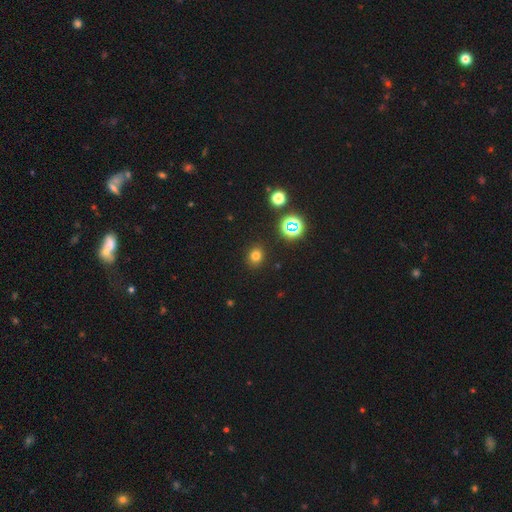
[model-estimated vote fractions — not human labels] A smooth galaxy with no disk features (74%) that is round (74%).

Vote fractions:
- Smooth or featured? smooth: 74% / star or artifact: 20% / featured or disk: 6%
- How rounded? round: 74% / in between: 25% / cigar-shaped: 1%
- Merging? none: 90% / minor disturbance: 7% / major disturbance: 2% / merger: 2%